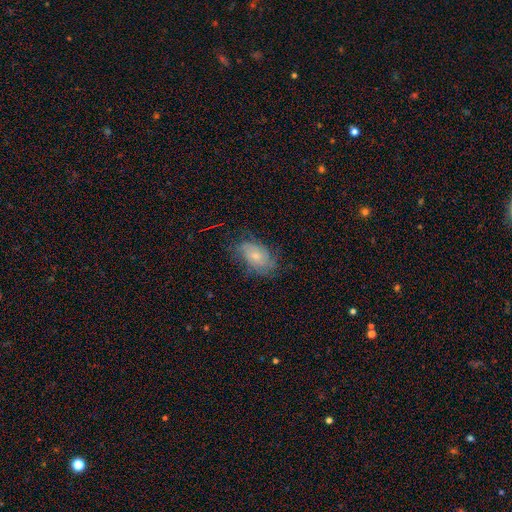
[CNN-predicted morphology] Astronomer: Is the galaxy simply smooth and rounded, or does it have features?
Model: featured or disk — 52% (runner-up: smooth, 38%).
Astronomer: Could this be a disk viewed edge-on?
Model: no — 95%.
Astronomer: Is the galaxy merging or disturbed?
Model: none — 64%.